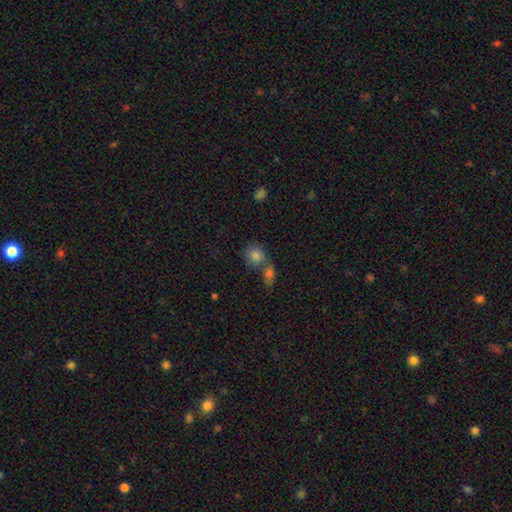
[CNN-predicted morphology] Smooth or featured: smooth — 80% (star or artifact — 10%)
How rounded: round — 76% (in between — 22%)
Merging: merger — 45% (none — 42%)